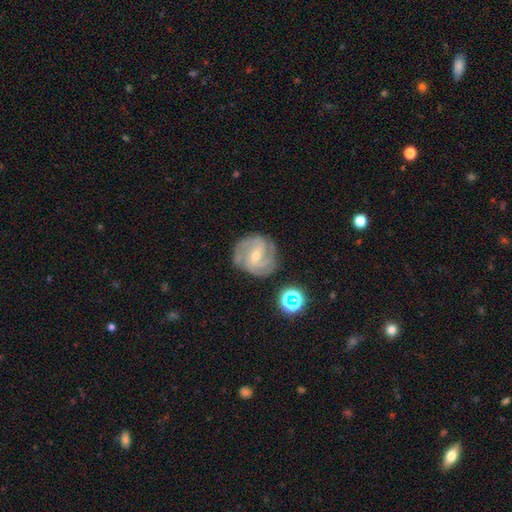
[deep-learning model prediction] featured or disk 86%, smooth 7%, star or artifact 7%. Down the decision tree: edge-on disk — no (97%); bar — weak (45%); spiral arms — yes (97%); spiral arm count — 3 (40%); spiral winding — tight (51%); bulge size — small (60%); merging — none (78%).